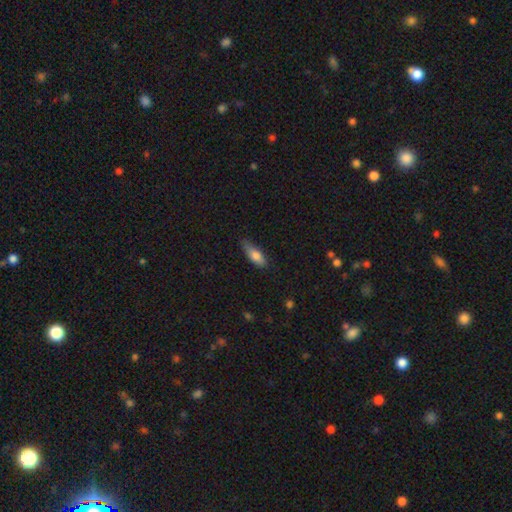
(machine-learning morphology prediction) Smooth or featured? Predicted: smooth (p=0.76). How rounded? Predicted: in between (p=0.58). Merging? Predicted: none (p=0.63).